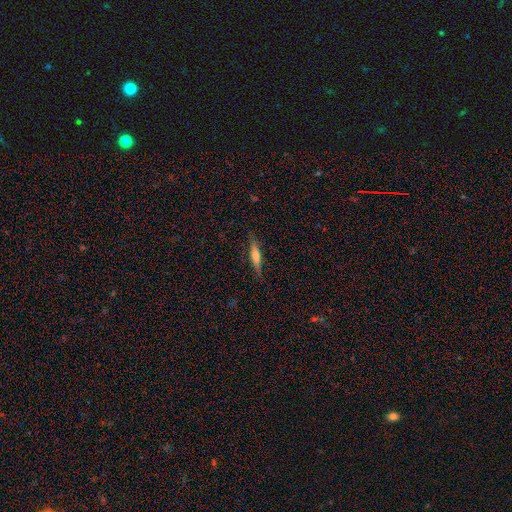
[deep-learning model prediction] smooth_or_featured: featured or disk (p=0.48) [alt: smooth p=0.45]
merging: none (p=0.85) [alt: minor disturbance p=0.12]